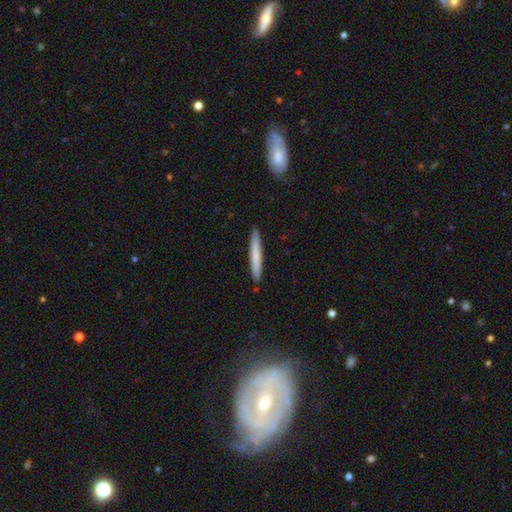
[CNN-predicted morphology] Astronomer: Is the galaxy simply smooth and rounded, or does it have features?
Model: smooth — 70%.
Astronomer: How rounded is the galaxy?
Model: cigar-shaped — 96%.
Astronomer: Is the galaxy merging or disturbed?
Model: none — 91%.